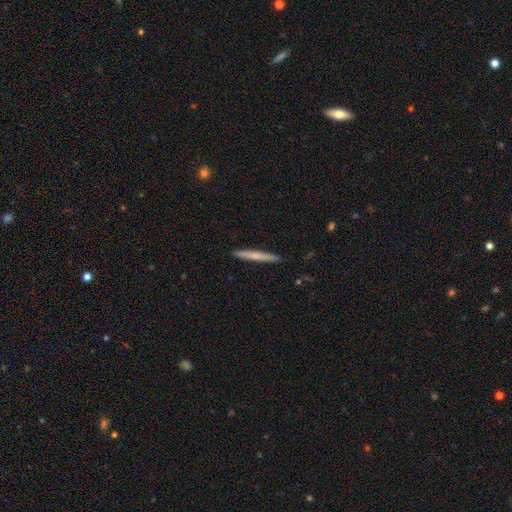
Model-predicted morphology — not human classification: This is likely a smooth galaxy (62%). How rounded: clearly cigar-shaped (96%). Merging: clearly none (92%).